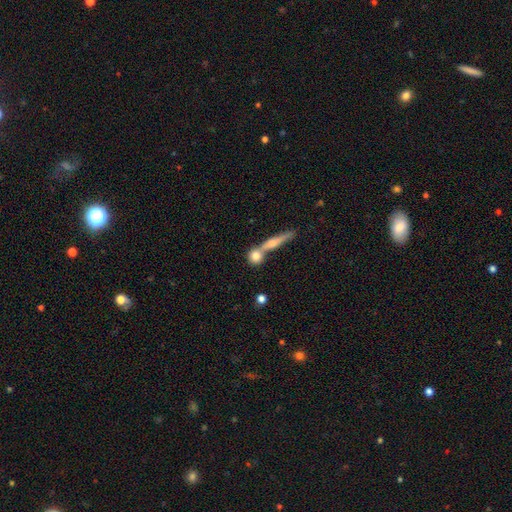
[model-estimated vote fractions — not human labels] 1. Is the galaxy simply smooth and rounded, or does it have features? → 74% smooth, 18% featured or disk, 8% star or artifact.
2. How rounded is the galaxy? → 75% round, 14% in between, 10% cigar-shaped.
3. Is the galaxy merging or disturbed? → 50% none, 38% merger, 8% minor disturbance, 4% major disturbance.